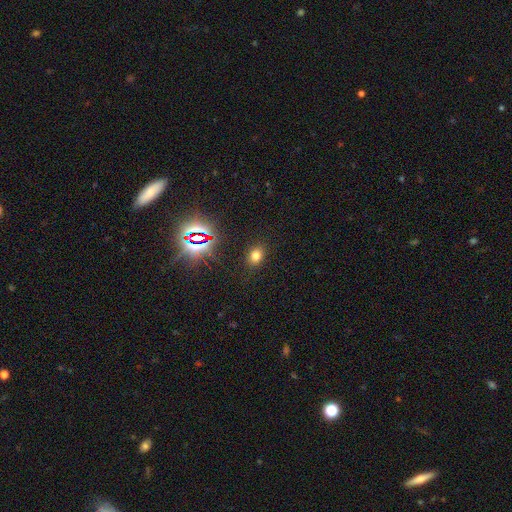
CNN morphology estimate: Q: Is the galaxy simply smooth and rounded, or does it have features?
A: smooth — 71%.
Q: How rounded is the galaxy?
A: in between — 60%.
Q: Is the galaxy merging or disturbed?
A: none — 87%.